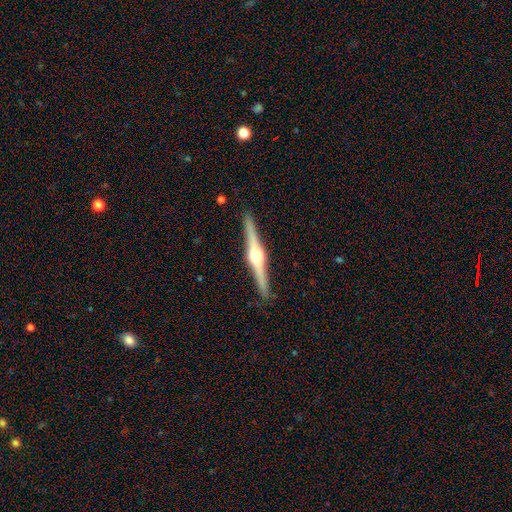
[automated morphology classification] This is clearly a featured or disk galaxy (85%). It is clearly viewed edge-on (99%). Edge-on bulge: clearly rounded (93%). Merging: clearly none (91%).